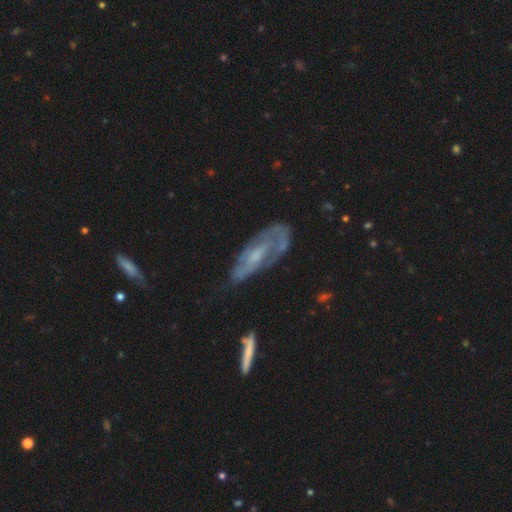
featured or disk 87%, star or artifact 8%, smooth 5%. Down the decision tree: edge-on disk — no (91%); bar — weak (40%); spiral arms — yes (83%); spiral arm count — 1 (60%); spiral winding — tight (64%); bulge size — moderate (57%); merging — none (46%).